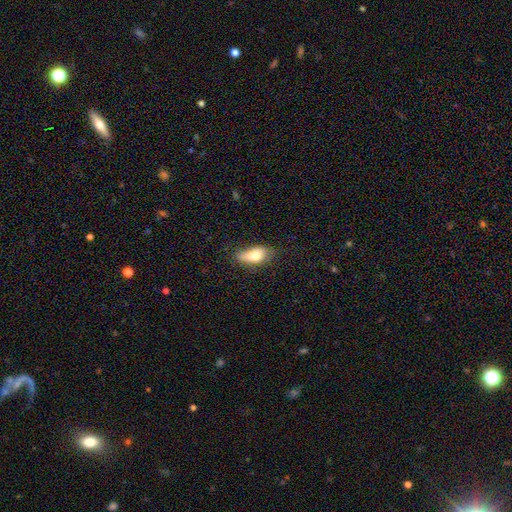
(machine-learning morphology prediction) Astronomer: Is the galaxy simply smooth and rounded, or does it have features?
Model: smooth — 76%.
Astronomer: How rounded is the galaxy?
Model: in between — 85%.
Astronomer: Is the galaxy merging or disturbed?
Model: none — 47% (runner-up: minor disturbance, 35%).